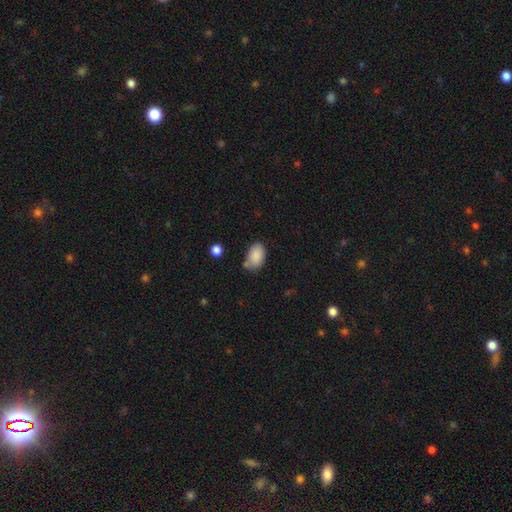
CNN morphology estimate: The model was most divided on "merging": none: 65%, minor disturbance: 21%, merger: 9%, major disturbance: 5%. More confident: how rounded — in between (91%); smooth or featured — smooth (88%).